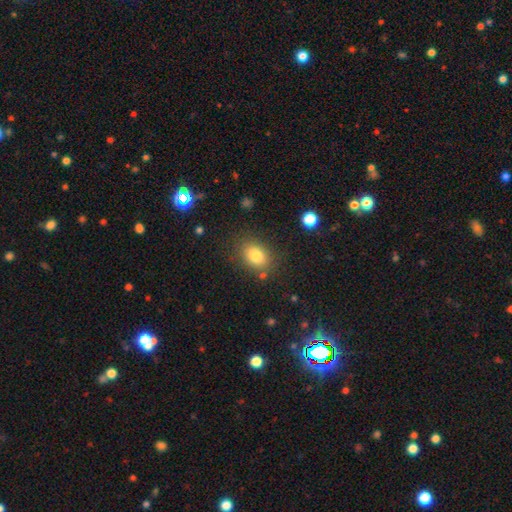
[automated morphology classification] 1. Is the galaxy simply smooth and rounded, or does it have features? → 81% smooth, 10% star or artifact, 8% featured or disk.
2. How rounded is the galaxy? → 64% in between, 35% round, 1% cigar-shaped.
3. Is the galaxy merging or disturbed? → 80% none, 12% minor disturbance, 4% major disturbance, 3% merger.